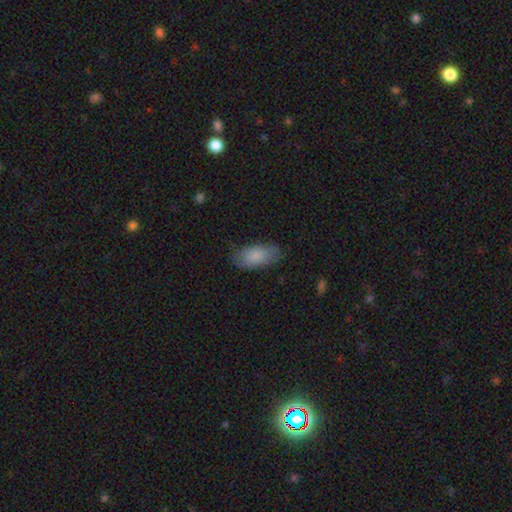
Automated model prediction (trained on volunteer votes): Overall: smooth (82%). How rounded: in between (90%). Merging: none (73%).